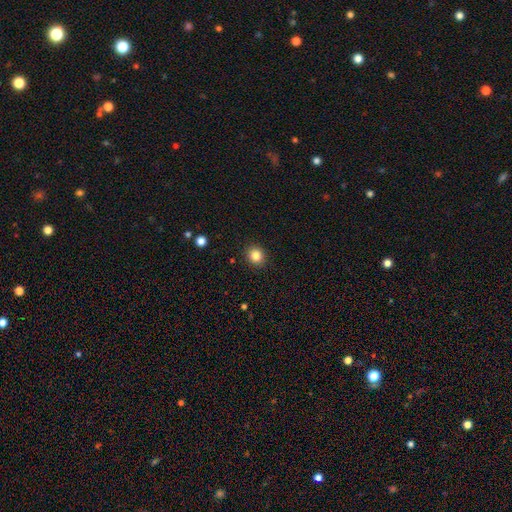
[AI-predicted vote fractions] This appears to be a smooth galaxy with no disk features (84%) that is round (85%). Merging: none (91%).